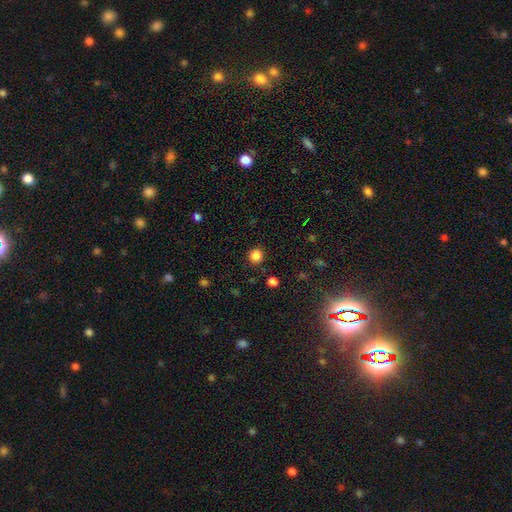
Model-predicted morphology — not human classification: A smooth galaxy with no disk features (84%) that is round (93%). Merging: none (89%).